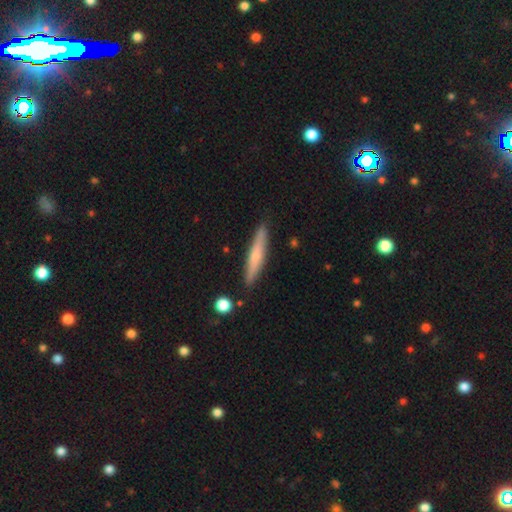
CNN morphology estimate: smooth_or_featured: smooth (p=0.55) [alt: featured or disk p=0.39]
how_rounded: cigar-shaped (p=0.92) [alt: in between p=0.07]
merging: none (p=0.87) [alt: minor disturbance p=0.09]